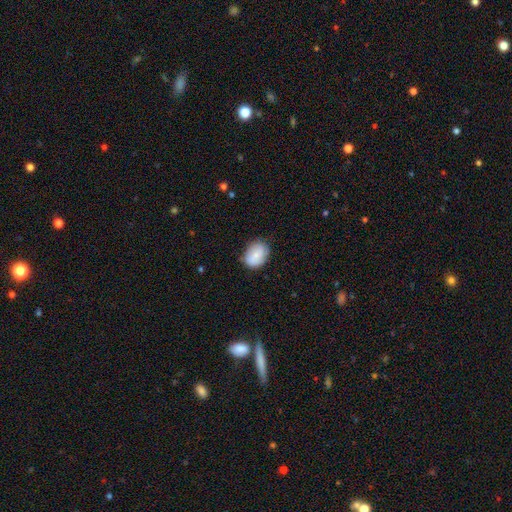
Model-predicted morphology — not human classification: A smooth galaxy with no disk features (77%) that is in between round and cigar-shaped (68%).

Vote fractions:
- Smooth or featured? smooth: 77% / featured or disk: 16% / star or artifact: 7%
- How rounded? in between: 68% / round: 31% / cigar-shaped: 1%
- Merging? none: 74% / minor disturbance: 21% / major disturbance: 4% / merger: 1%